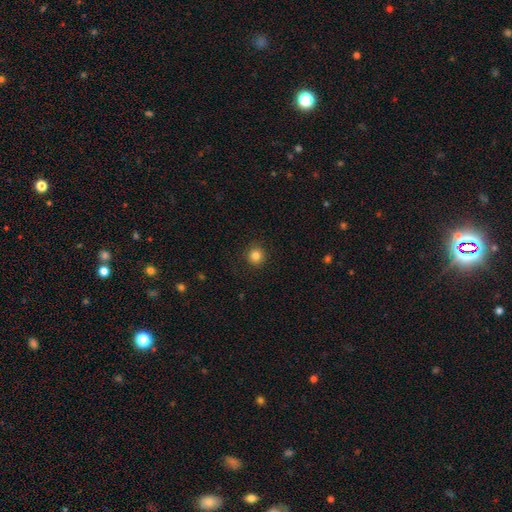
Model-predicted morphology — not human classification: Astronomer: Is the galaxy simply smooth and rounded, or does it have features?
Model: smooth — 84%.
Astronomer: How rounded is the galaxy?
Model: round — 93%.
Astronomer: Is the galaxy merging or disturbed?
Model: none — 90%.